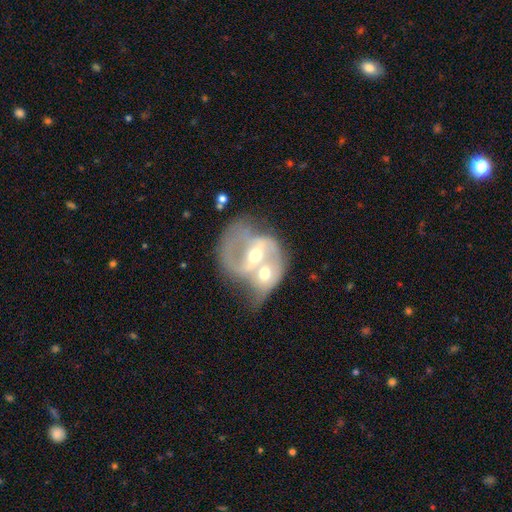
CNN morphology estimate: Overall: featured or disk (77%). Edge-on disk: no (96%). Bar: weak (39%; strong 31%). Spiral arms: yes (73%). Spiral arm count: 2 (69%). Spiral winding: medium (43%; loose 36%). Bulge size: moderate (67%). Merging: merger (70%).